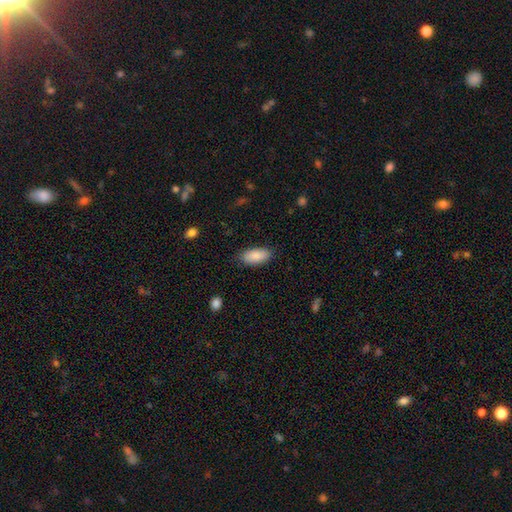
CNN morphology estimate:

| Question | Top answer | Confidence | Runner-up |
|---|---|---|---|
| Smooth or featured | smooth | 88% | star or artifact (6%) |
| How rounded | in between | 89% | cigar-shaped (9%) |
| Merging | none | 84% | minor disturbance (12%) |